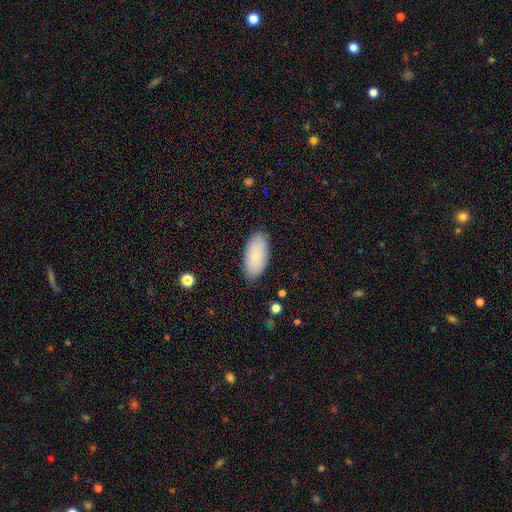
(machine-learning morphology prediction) A smooth galaxy with no disk features (80%) that is in between round and cigar-shaped (93%). Merging: none (85%).